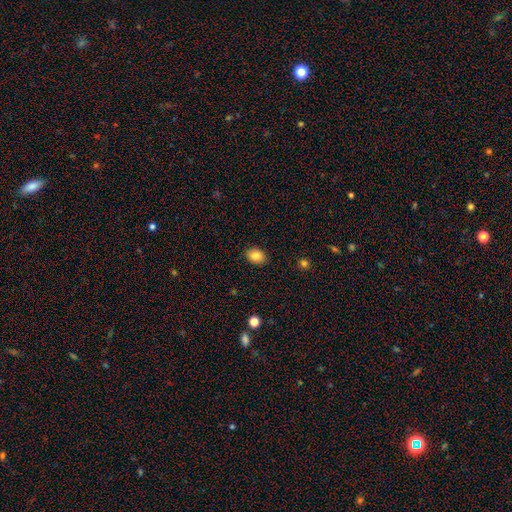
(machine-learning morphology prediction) smooth_or_featured: smooth (p=0.85) [alt: star or artifact p=0.09]
how_rounded: in between (p=0.70) [alt: round p=0.29]
merging: none (p=0.88) [alt: minor disturbance p=0.09]